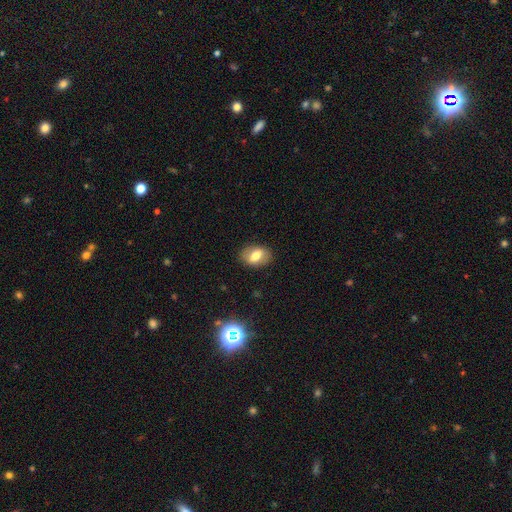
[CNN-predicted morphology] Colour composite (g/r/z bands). It shows a smooth galaxy with no disk features (66%) that is in between round and cigar-shaped (79%). Merging: none (84%).